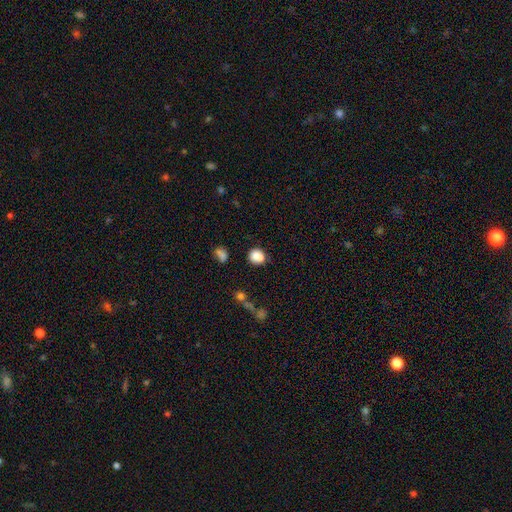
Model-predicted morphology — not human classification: This is clearly a smooth galaxy (84%). How rounded: likely round (72%). Merging: likely none (70%).